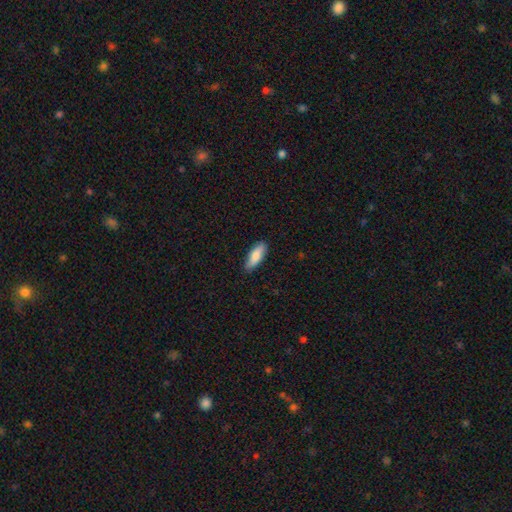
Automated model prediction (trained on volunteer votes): This is clearly a smooth galaxy (81%). How rounded: likely in between (62%). Merging: clearly none (86%).